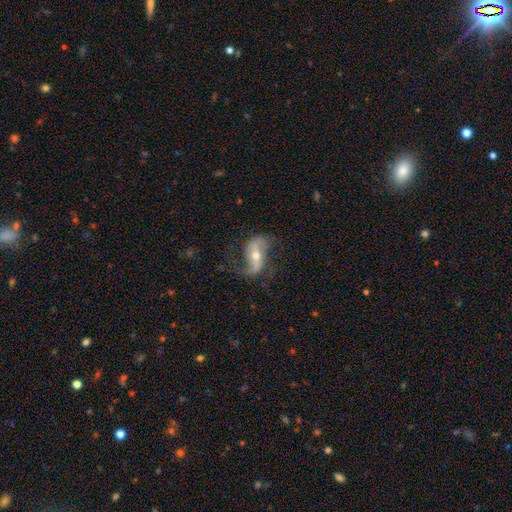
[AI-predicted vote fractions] smooth-or-featured: featured or disk: 81% | smooth: 13% | star or artifact: 7%
  disk-edge-on: no: 93% | yes: 7%
    bar: strong: 44% | weak: 30% | no: 26%
    has-spiral-arms: yes: 92% | no: 8%
      spiral-winding: loose: 73% | medium: 21% | tight: 6%
      spiral-arm-count: 2: 87% | 1: 7% | can't tell: 3% | 3: 1% | 4: 1% | more than 4: 1%
    bulge-size: moderate: 58% | small: 38% | large: 3% | none: 1% | dominant: 1%
  merging: none: 65% | minor disturbance: 19% | major disturbance: 14% | merger: 2%